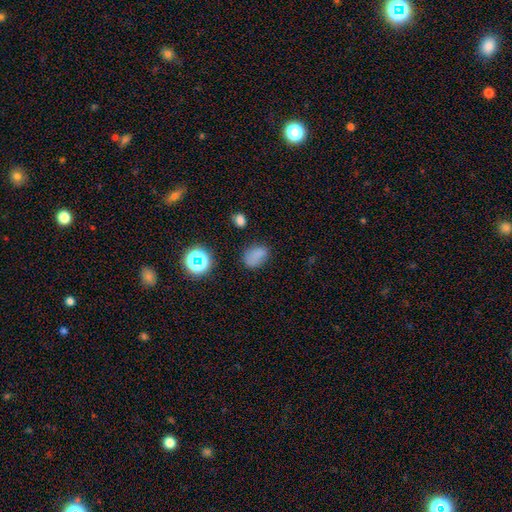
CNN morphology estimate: Overall: smooth (73%). How rounded: in between (72%). Merging: none (68%).